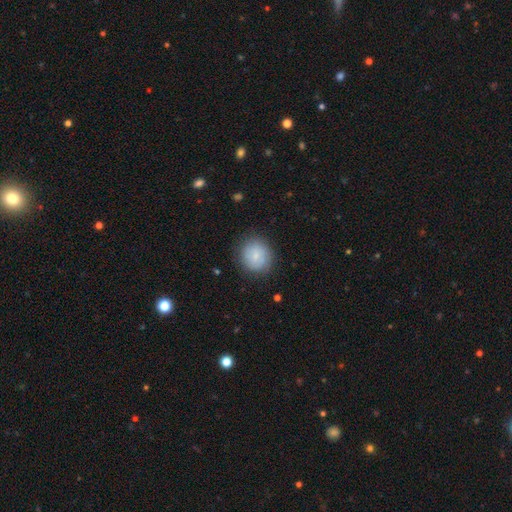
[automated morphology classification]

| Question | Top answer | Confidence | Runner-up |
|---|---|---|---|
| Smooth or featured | smooth | 81% | featured or disk (12%) |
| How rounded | round | 89% | in between (10%) |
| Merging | none | 84% | minor disturbance (11%) |